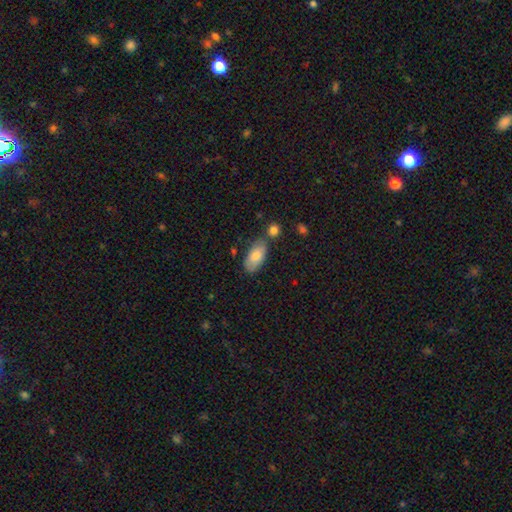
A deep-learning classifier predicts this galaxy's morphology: smooth 80%, featured or disk 13%, star or artifact 6%. Down the decision tree: how rounded — in between (92%); merging — none (68%).